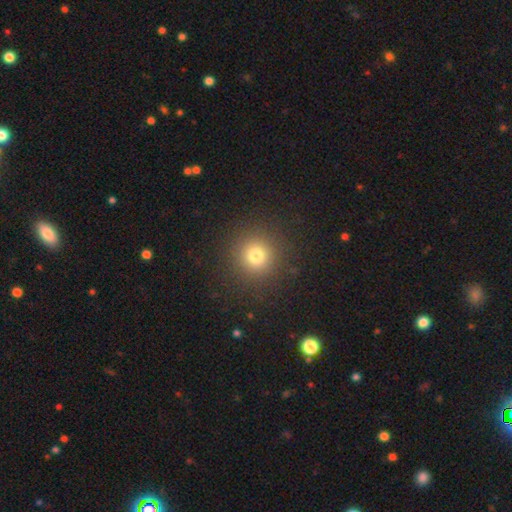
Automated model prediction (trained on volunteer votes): A smooth galaxy with no disk features (75%) that is round (94%). Merging: none (90%).